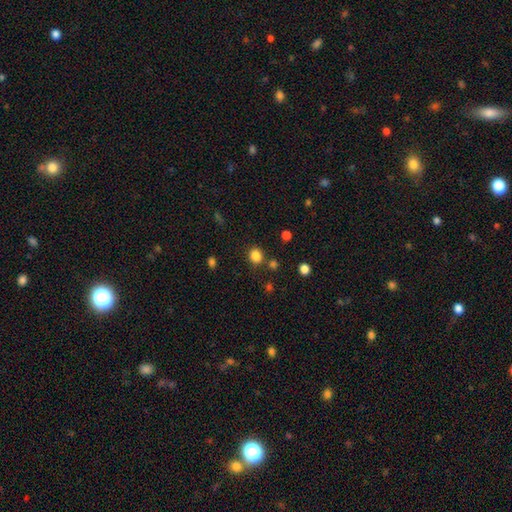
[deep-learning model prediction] Q: Smooth or featured?
A: smooth (83%); runner-up: star or artifact (13%)
Q: How rounded?
A: round (74%); runner-up: in between (25%)
Q: Merging?
A: none (80%); runner-up: minor disturbance (10%)